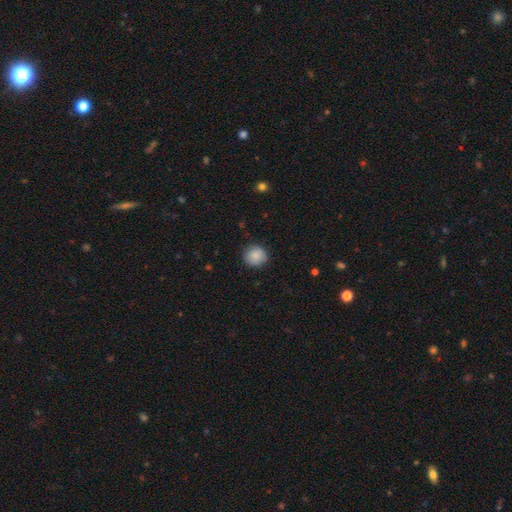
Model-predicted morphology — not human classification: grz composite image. It shows a smooth galaxy with no disk features (87%) that is round (89%). Merging: none (86%).